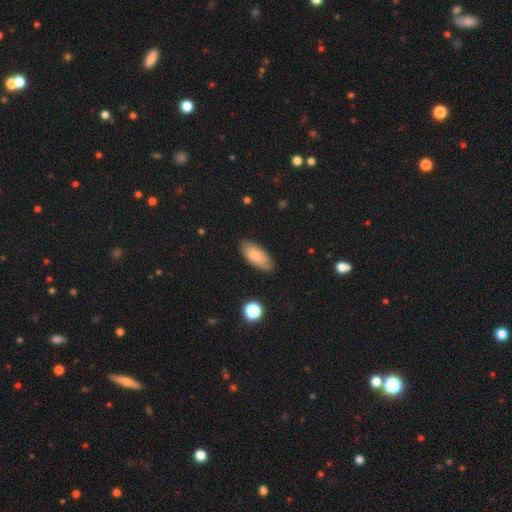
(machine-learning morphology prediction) A smooth galaxy with no disk features (83%) that is in between round and cigar-shaped (84%).

Vote fractions:
- Smooth or featured? smooth: 83% / featured or disk: 10% / star or artifact: 7%
- How rounded? in between: 84% / cigar-shaped: 14% / round: 2%
- Merging? none: 83% / minor disturbance: 12% / major disturbance: 3% / merger: 2%